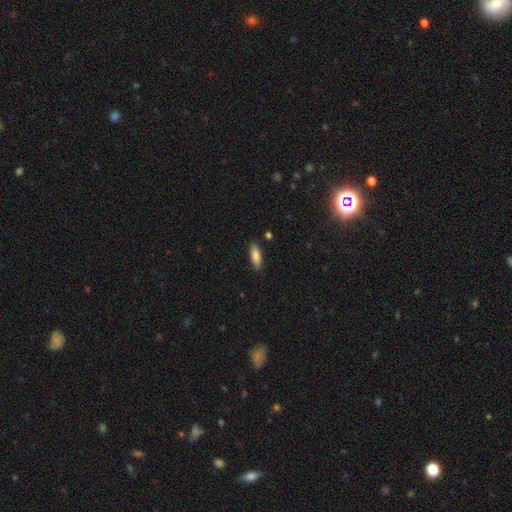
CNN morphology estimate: smooth-or-featured: smooth: 82% | featured or disk: 12% | star or artifact: 6%
  how-rounded: in between: 51% | cigar-shaped: 47% | round: 2%
  merging: none: 87% | minor disturbance: 10% | major disturbance: 2% | merger: 2%